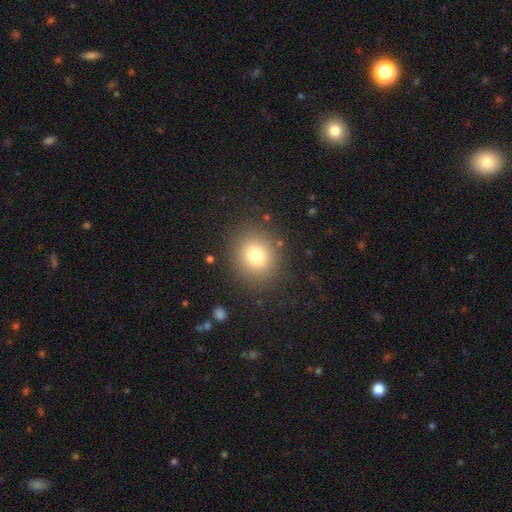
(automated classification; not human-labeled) Overall: smooth (77%). How rounded: round (80%). Merging: none (86%).